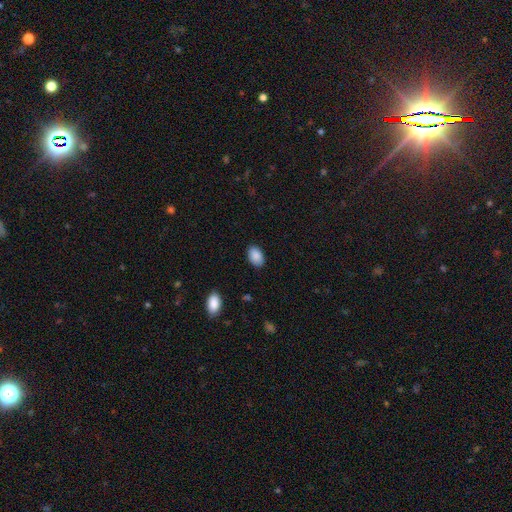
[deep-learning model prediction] smooth 89%, star or artifact 7%, featured or disk 4%. Down the decision tree: how rounded — in between (89%); merging — none (87%).